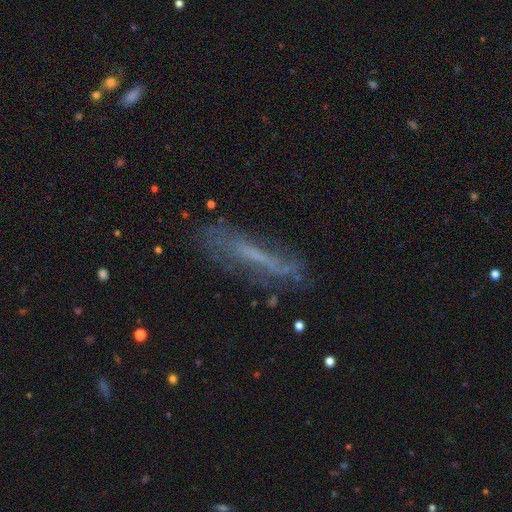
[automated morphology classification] Smooth or featured?
  - featured or disk: 49% *
  - smooth: 39%
  - star or artifact: 12%
Merging?
  - none: 65% *
  - minor disturbance: 22%
  - major disturbance: 11%
  - merger: 3%